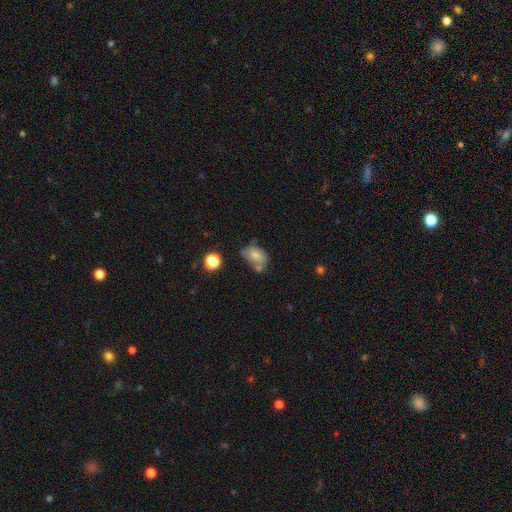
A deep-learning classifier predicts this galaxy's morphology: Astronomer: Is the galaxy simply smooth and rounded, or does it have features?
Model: smooth — 67%.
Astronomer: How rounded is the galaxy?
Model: in between — 80%.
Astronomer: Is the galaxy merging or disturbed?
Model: none — 38% (runner-up: minor disturbance, 26%).